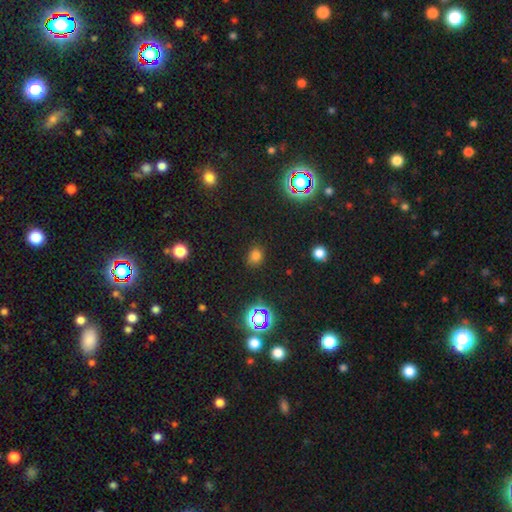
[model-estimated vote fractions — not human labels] The model was most divided on "how rounded": round: 60%, in between: 38%, cigar-shaped: 1%. More confident: merging — none (82%); smooth or featured — smooth (70%).